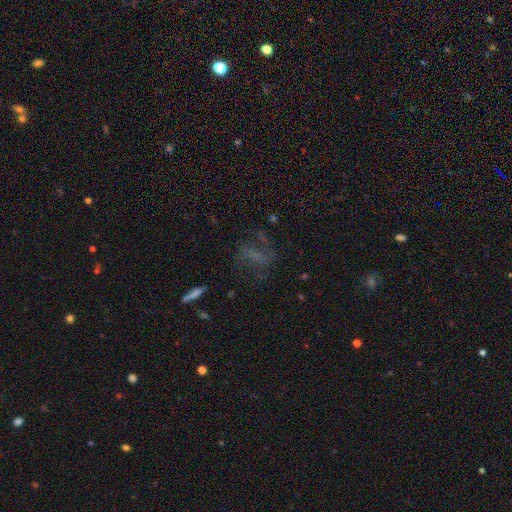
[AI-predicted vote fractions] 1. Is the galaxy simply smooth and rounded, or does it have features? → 44% featured or disk, 32% smooth, 25% star or artifact.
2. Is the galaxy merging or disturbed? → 55% none, 24% major disturbance, 18% minor disturbance, 4% merger.